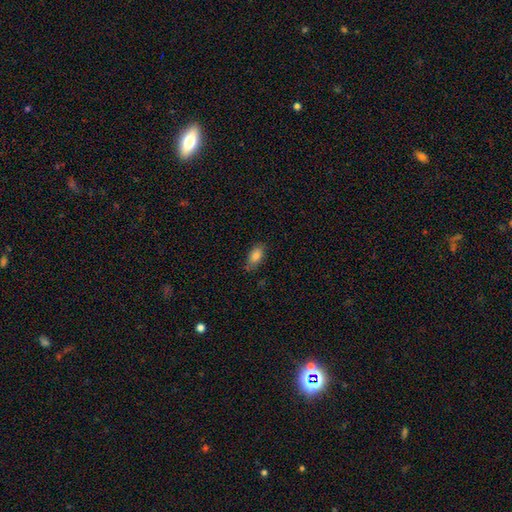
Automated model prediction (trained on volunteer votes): A smooth galaxy with no disk features (84%) that is in between round and cigar-shaped (90%).

Vote fractions:
- Smooth or featured? smooth: 84% / featured or disk: 8% / star or artifact: 8%
- How rounded? in between: 90% / cigar-shaped: 6% / round: 4%
- Merging? none: 77% / minor disturbance: 18% / major disturbance: 3% / merger: 2%